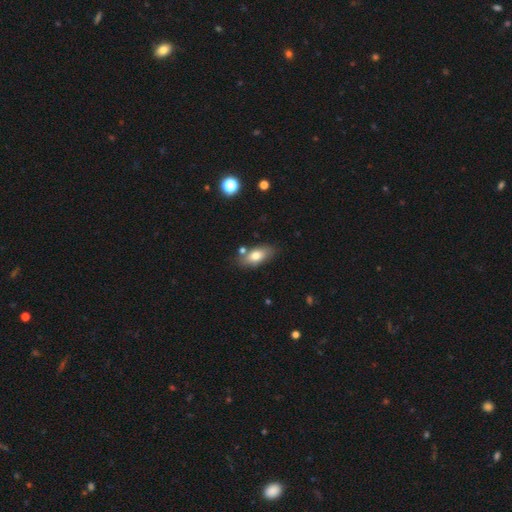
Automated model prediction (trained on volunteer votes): Smooth or featured: smooth — 74% (featured or disk — 19%)
How rounded: in between — 86% (cigar-shaped — 9%)
Merging: none — 74% (minor disturbance — 14%)